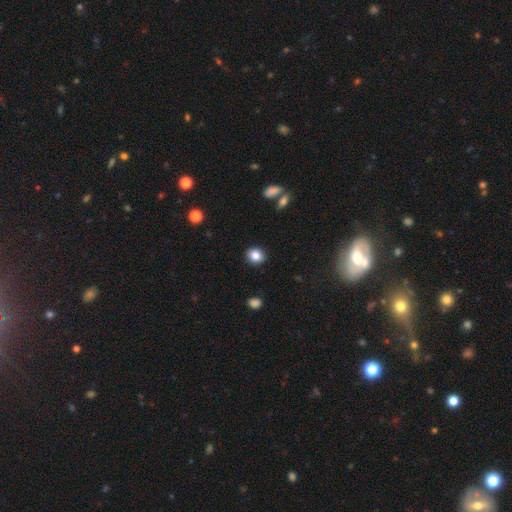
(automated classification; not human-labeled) Smooth or featured? smooth (85%)
How rounded? round (77%)
Merging? none (91%)